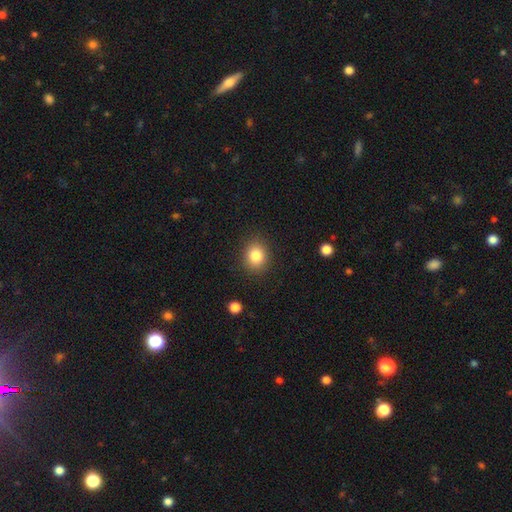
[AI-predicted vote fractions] smooth_or_featured: smooth (p=0.83) [alt: star or artifact p=0.10]
how_rounded: round (p=0.68) [alt: in between p=0.31]
merging: none (p=0.87) [alt: minor disturbance p=0.09]